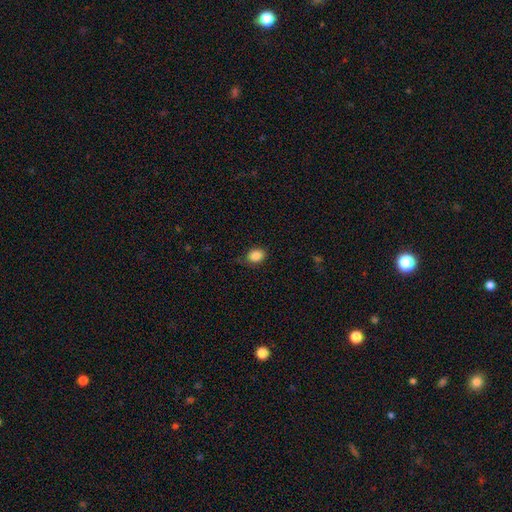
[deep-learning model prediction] Smooth or featured?
  - smooth: 86% *
  - star or artifact: 9%
  - featured or disk: 5%
How rounded?
  - in between: 64% *
  - round: 35%
  - cigar-shaped: 1%
Merging?
  - none: 81% *
  - minor disturbance: 15%
  - major disturbance: 3%
  - merger: 1%